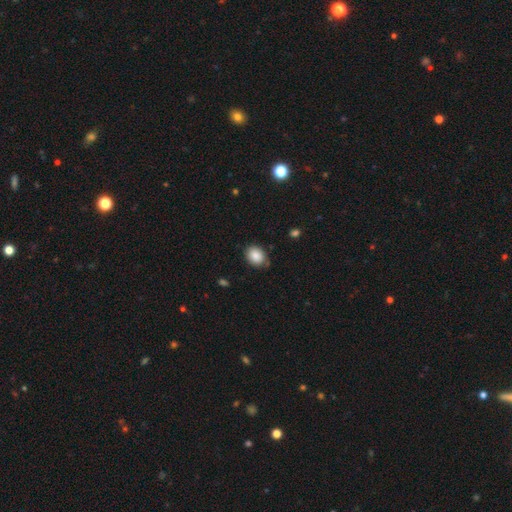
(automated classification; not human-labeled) smooth 87%, star or artifact 8%, featured or disk 5%. Down the decision tree: how rounded — in between (58%); merging — none (81%).